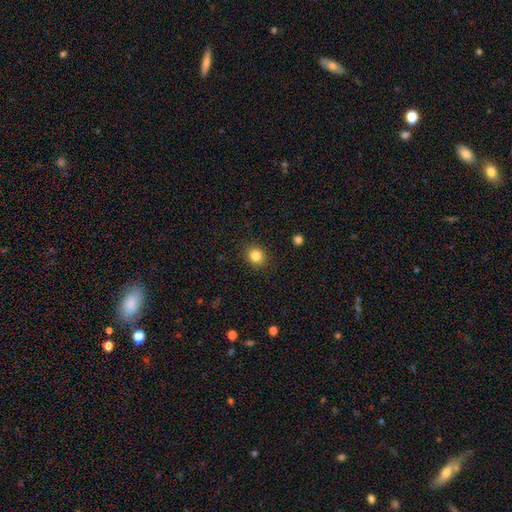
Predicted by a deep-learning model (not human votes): smooth_or_featured: smooth (p=0.84) [alt: star or artifact p=0.11]
how_rounded: round (p=0.80) [alt: in between p=0.19]
merging: none (p=0.90) [alt: minor disturbance p=0.07]